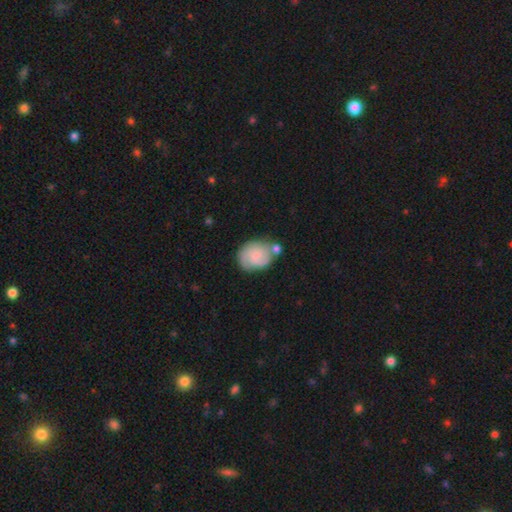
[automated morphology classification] Smooth or featured: featured or disk — 52% (smooth — 41%)
Edge-on disk: no — 97% (yes — 3%)
Bar: no — 66% (weak — 30%)
Spiral arms: yes — 88% (no — 12%)
Bulge size: small — 53% (none — 24%)
Merging: none — 52% (minor disturbance — 20%)